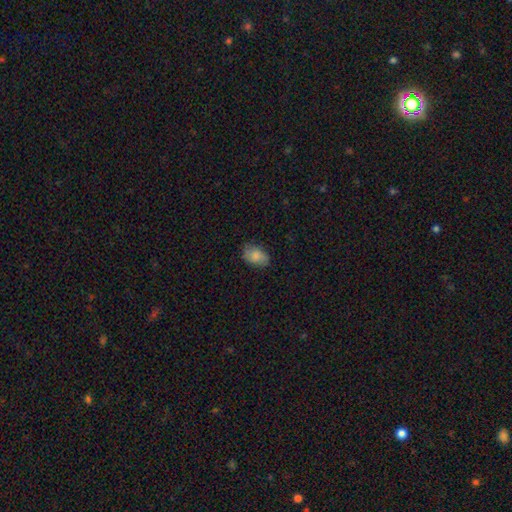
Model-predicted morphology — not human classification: Overall: smooth (83%). How rounded: in between (86%). Merging: none (77%).